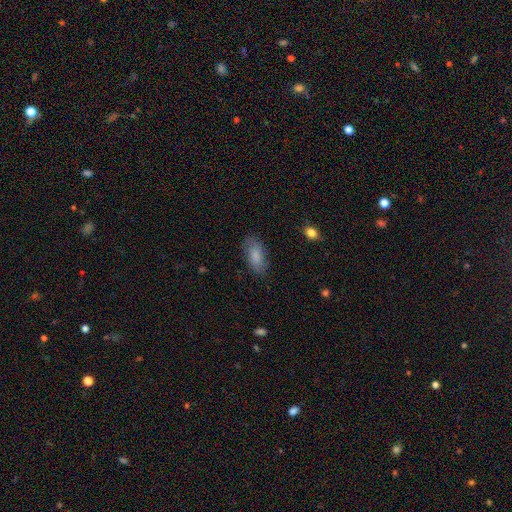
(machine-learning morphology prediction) Overall: smooth (79%). How rounded: in between (89%). Merging: none (78%).